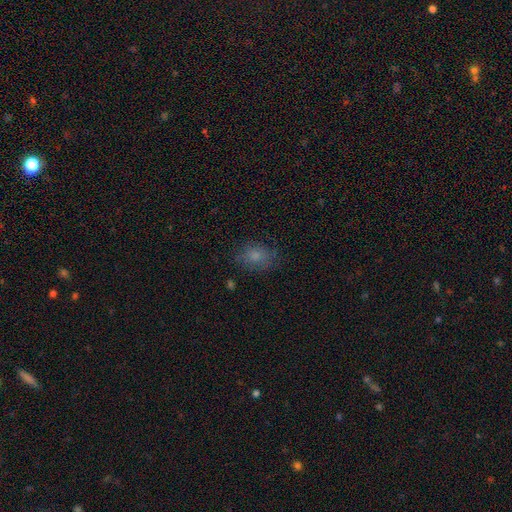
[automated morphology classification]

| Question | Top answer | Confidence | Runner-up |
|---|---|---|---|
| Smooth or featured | smooth | 76% | star or artifact (13%) |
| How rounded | in between | 60% | round (38%) |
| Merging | none | 74% | minor disturbance (18%) |